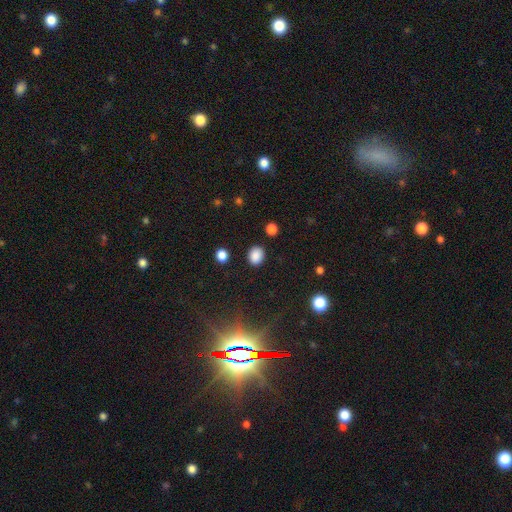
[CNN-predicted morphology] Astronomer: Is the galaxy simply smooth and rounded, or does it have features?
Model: smooth — 86%.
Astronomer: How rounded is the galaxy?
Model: in between — 51% (runner-up: round, 48%).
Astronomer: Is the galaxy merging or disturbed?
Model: none — 87%.